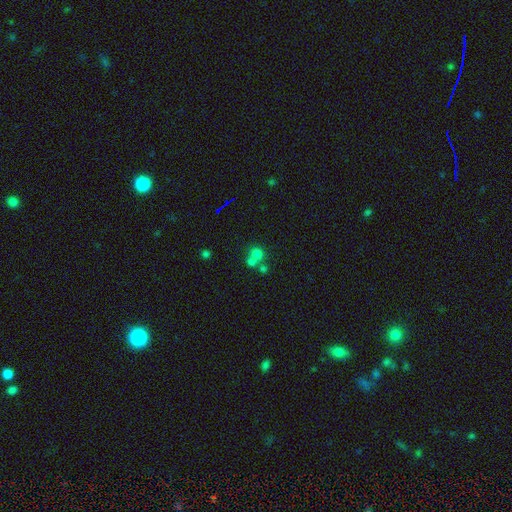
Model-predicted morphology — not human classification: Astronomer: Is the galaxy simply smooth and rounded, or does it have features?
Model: smooth — 66%.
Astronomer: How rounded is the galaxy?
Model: round — 86%.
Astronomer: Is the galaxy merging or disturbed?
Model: merger — 47% (runner-up: none, 44%).